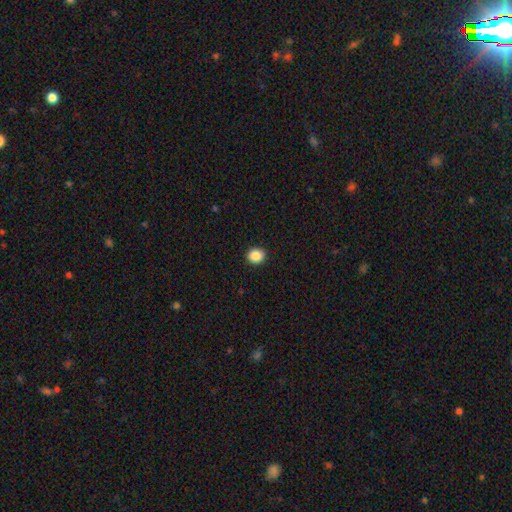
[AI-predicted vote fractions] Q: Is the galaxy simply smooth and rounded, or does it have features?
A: smooth — 87%.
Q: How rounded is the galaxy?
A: round — 82%.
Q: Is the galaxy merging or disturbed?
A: none — 92%.